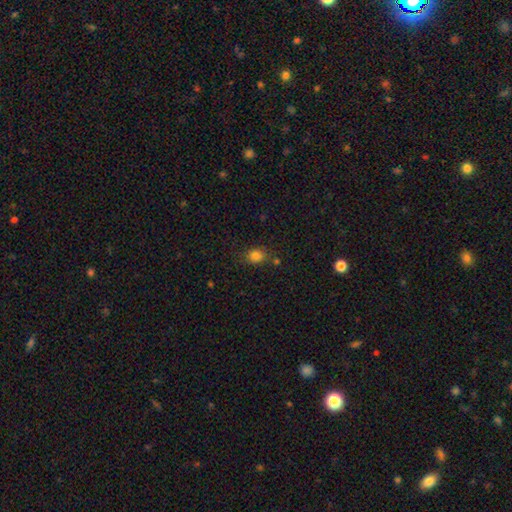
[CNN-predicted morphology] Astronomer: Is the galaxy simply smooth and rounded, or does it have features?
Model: smooth — 81%.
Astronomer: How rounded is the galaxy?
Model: in between — 56% (runner-up: round, 42%).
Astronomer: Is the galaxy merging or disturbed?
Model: none — 74%.